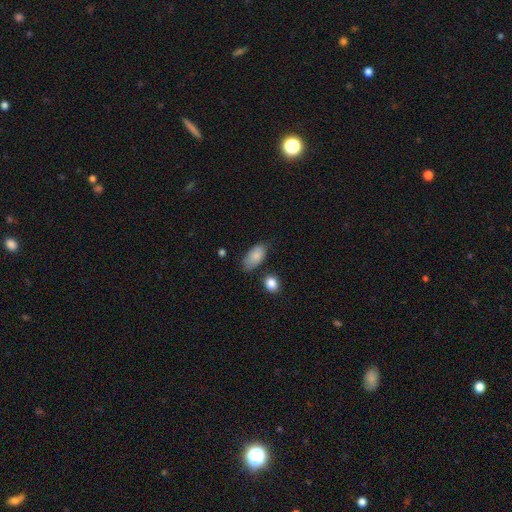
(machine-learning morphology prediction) Smooth or featured? Predicted: smooth (p=0.84). How rounded? Predicted: in between (p=0.92). Merging? Predicted: none (p=0.63).